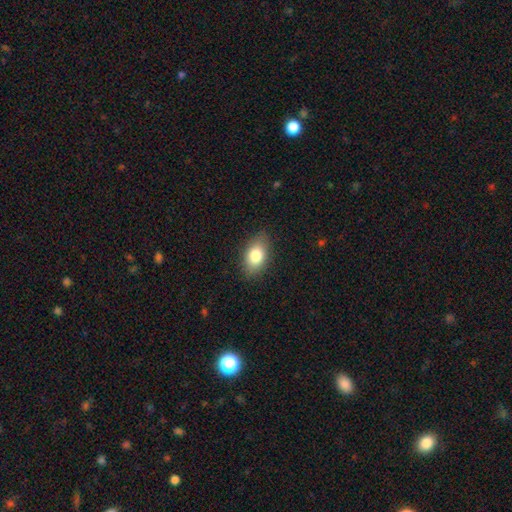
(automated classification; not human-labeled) A smooth galaxy with no disk features (80%) that is in between round and cigar-shaped (88%).

Vote fractions:
- Smooth or featured? smooth: 80% / featured or disk: 12% / star or artifact: 8%
- How rounded? in between: 88% / round: 10% / cigar-shaped: 2%
- Merging? none: 85% / minor disturbance: 11% / major disturbance: 3% / merger: 1%